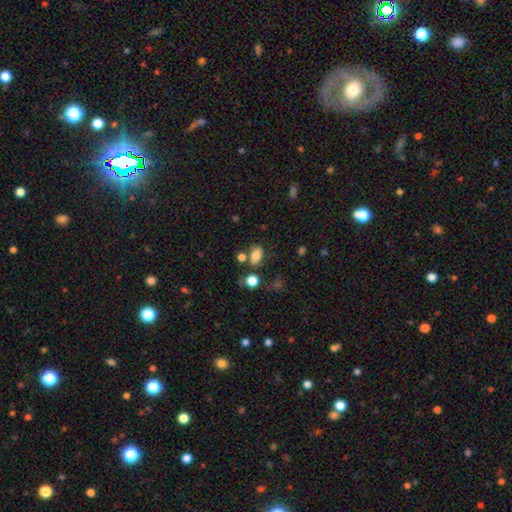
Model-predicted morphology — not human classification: A smooth galaxy with no disk features (78%) that is in between round and cigar-shaped (82%). Merging: none (61%).